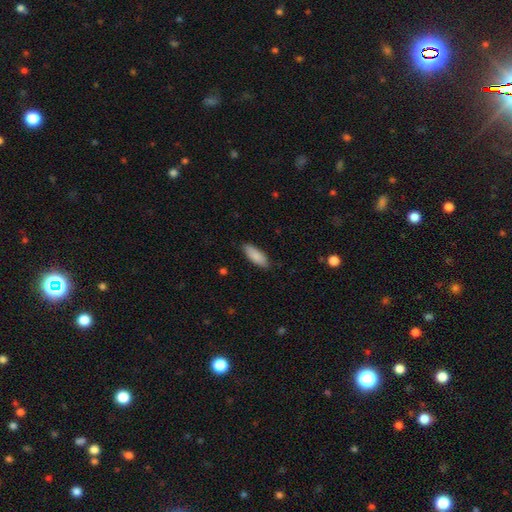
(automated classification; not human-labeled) Smooth or featured?
  - smooth: 88% *
  - featured or disk: 6%
  - star or artifact: 6%
How rounded?
  - in between: 67% *
  - cigar-shaped: 32%
  - round: 2%
Merging?
  - none: 87% *
  - minor disturbance: 10%
  - major disturbance: 2%
  - merger: 1%